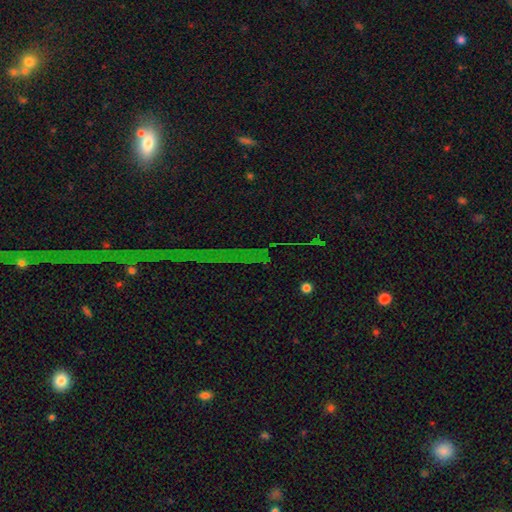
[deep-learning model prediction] This is likely a star or artifact rather than a galaxy (73%).